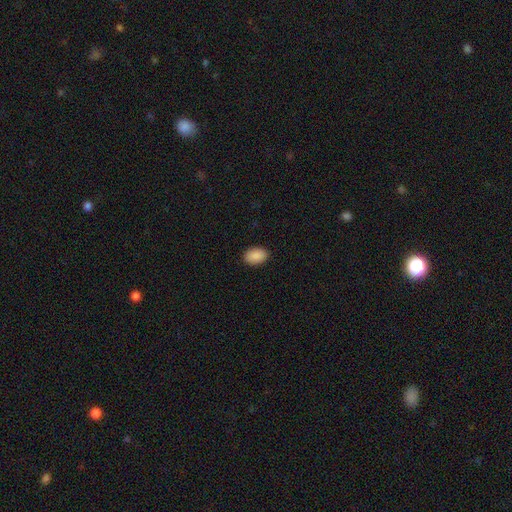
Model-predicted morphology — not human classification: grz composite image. It shows a smooth galaxy with no disk features (90%) that is in between round and cigar-shaped (90%). Merging: none (90%).